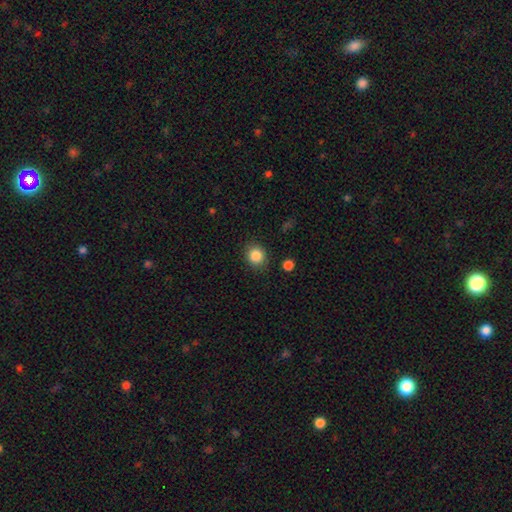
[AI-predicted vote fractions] Smooth or featured? smooth (86%)
How rounded? round (81%)
Merging? none (86%)